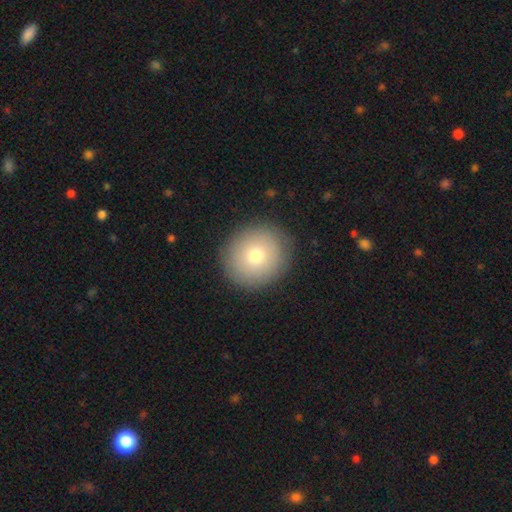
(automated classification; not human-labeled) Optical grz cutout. It shows a smooth galaxy with no disk features (75%) that is round (90%). Merging: none (89%).